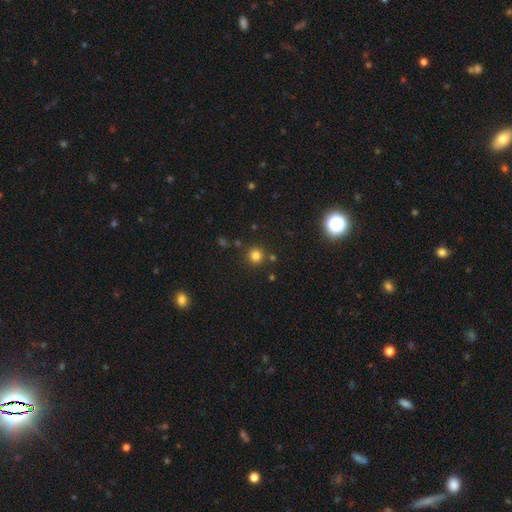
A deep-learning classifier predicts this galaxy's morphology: Q: Smooth or featured?
A: smooth (79%); runner-up: star or artifact (15%)
Q: How rounded?
A: round (93%); runner-up: in between (6%)
Q: Merging?
A: none (85%); runner-up: minor disturbance (7%)